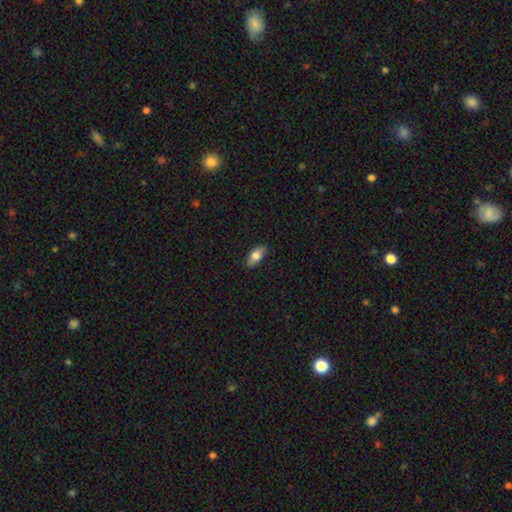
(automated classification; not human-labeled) smooth_or_featured: smooth (p=0.76) [alt: featured or disk p=0.18]
how_rounded: in between (p=0.87) [alt: cigar-shaped p=0.09]
merging: none (p=0.86) [alt: minor disturbance p=0.11]